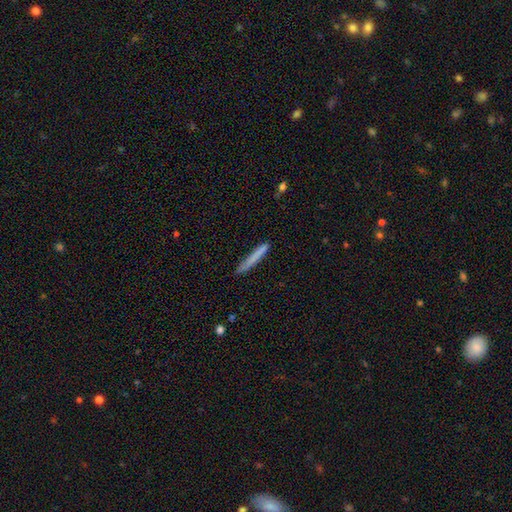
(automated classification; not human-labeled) Morphology: type=smooth (74%); roundness=cigar-shaped (96%); merging=none (86%).